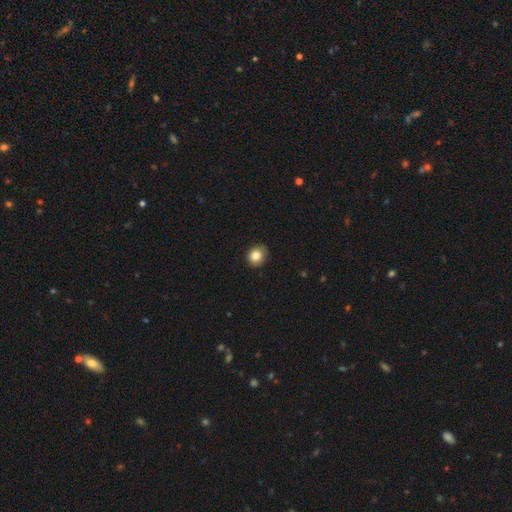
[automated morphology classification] This appears to be a smooth galaxy with no disk features (84%) that is round (77%). Merging: none (82%).